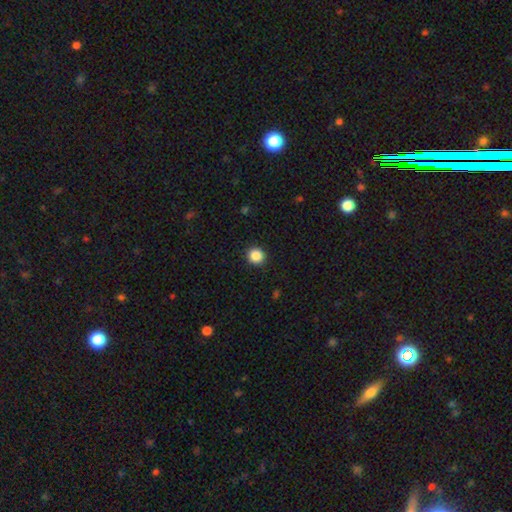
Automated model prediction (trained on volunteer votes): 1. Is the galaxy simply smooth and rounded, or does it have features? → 87% smooth, 10% star or artifact, 3% featured or disk.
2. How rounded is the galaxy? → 91% round, 9% in between, 1% cigar-shaped.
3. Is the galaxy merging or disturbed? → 92% none, 5% minor disturbance, 2% major disturbance, 1% merger.